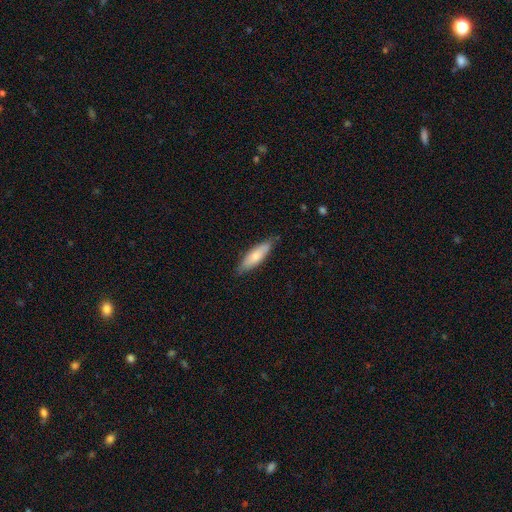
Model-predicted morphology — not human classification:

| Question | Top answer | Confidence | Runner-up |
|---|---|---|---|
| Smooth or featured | smooth | 72% | featured or disk (23%) |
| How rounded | cigar-shaped | 57% | in between (42%) |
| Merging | none | 81% | minor disturbance (16%) |